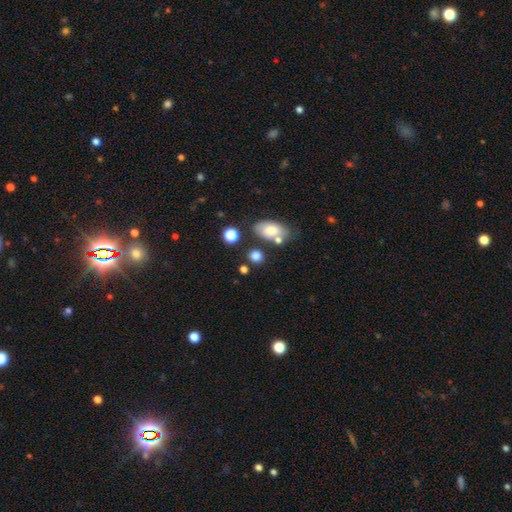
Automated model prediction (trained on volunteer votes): smooth-or-featured: smooth: 79% | star or artifact: 13% | featured or disk: 8%
  how-rounded: round: 63% | in between: 35% | cigar-shaped: 2%
  merging: none: 69% | merger: 14% | minor disturbance: 12% | major disturbance: 5%